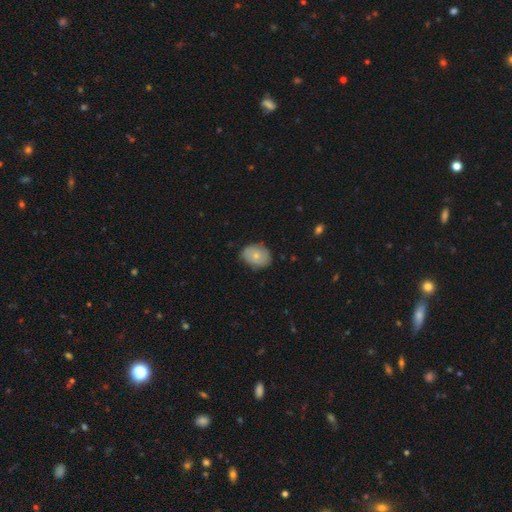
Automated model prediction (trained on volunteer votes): Smooth or featured?
  - smooth: 65% *
  - featured or disk: 28%
  - star or artifact: 7%
How rounded?
  - in between: 56% *
  - round: 43%
  - cigar-shaped: 1%
Merging?
  - none: 74% *
  - minor disturbance: 21%
  - major disturbance: 4%
  - merger: 1%